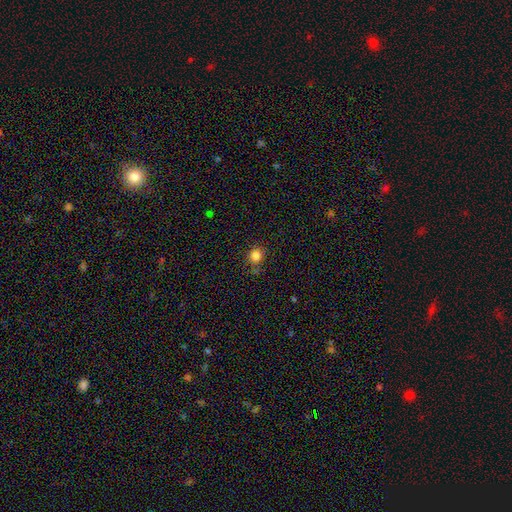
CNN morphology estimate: A smooth galaxy with no disk features (83%) that is round (86%).

Vote fractions:
- Smooth or featured? smooth: 83% / star or artifact: 13% / featured or disk: 5%
- How rounded? round: 86% / in between: 13% / cigar-shaped: 1%
- Merging? none: 74% / minor disturbance: 16% / merger: 5% / major disturbance: 5%